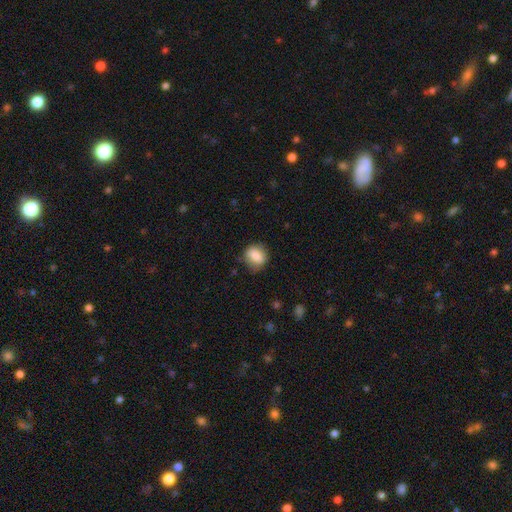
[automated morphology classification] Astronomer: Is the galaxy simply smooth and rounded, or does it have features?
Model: smooth — 82%.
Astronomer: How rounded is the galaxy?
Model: round — 57% (runner-up: in between, 42%).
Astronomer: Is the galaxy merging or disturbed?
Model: none — 74%.